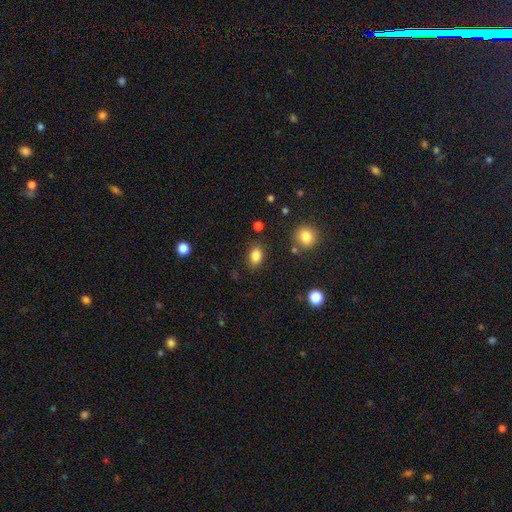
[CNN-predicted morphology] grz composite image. It shows a smooth galaxy with no disk features (84%) that is in between round and cigar-shaped (76%). Merging: none (83%).